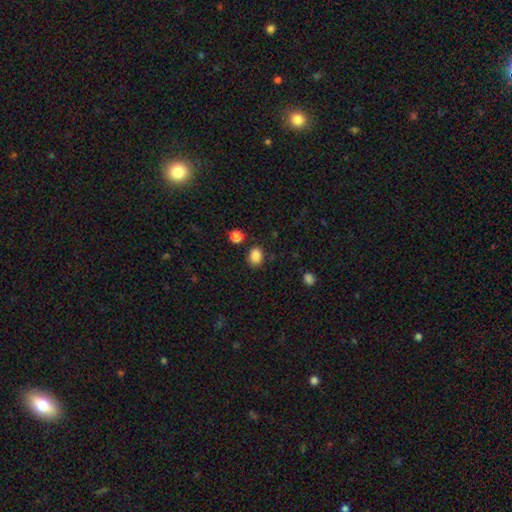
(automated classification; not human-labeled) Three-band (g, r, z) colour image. It shows a smooth galaxy with no disk features (86%) that is in between round and cigar-shaped (61%). Merging: none (80%).